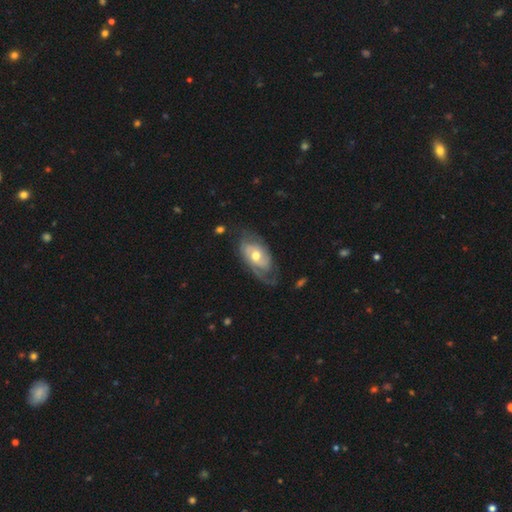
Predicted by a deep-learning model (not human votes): smooth-or-featured: featured or disk: 74% | smooth: 21% | star or artifact: 5%
  disk-edge-on: no: 94% | yes: 6%
    bar: no: 69% | weak: 25% | strong: 6%
    has-spiral-arms: yes: 86% | no: 14%
      spiral-winding: tight: 45% | medium: 35% | loose: 20%
      spiral-arm-count: 2: 55% | can't tell: 22% | 1: 14% | 3: 5% | 4: 2% | more than 4: 2%
    bulge-size: moderate: 74% | small: 17% | large: 7% | none: 1% | dominant: 1%
  merging: none: 59% | minor disturbance: 24% | major disturbance: 15% | merger: 2%